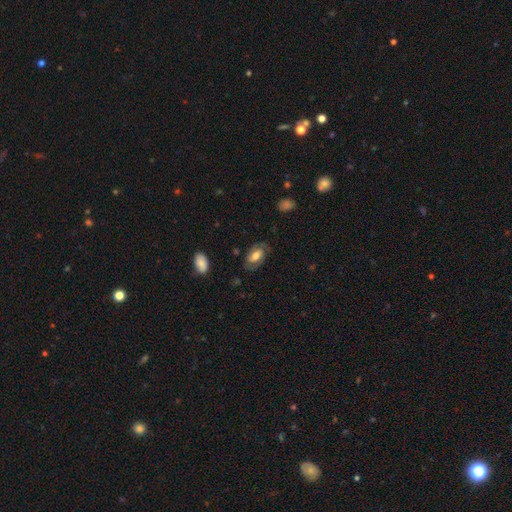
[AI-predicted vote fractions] featured or disk 54%, smooth 39%, star or artifact 7%. Down the decision tree: edge-on disk — no (94%); bar — no (45%); spiral arms — yes (75%); bulge size — moderate (55%); merging — none (74%).